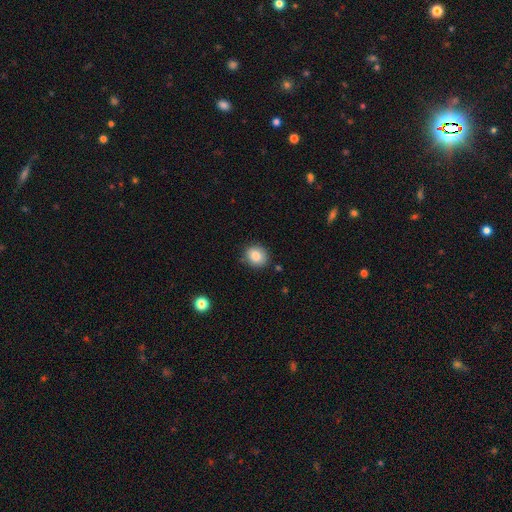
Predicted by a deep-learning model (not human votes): smooth_or_featured: smooth (p=0.85) [alt: star or artifact p=0.09]
how_rounded: round (p=0.75) [alt: in between p=0.24]
merging: none (p=0.85) [alt: minor disturbance p=0.11]